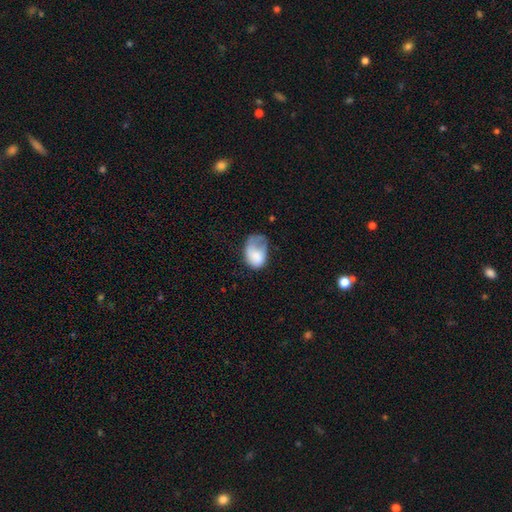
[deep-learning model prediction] Smooth or featured?
  - smooth: 69% *
  - featured or disk: 24%
  - star or artifact: 8%
How rounded?
  - in between: 78% *
  - round: 21%
  - cigar-shaped: 1%
Merging?
  - major disturbance: 46% *
  - minor disturbance: 31%
  - none: 20%
  - merger: 4%